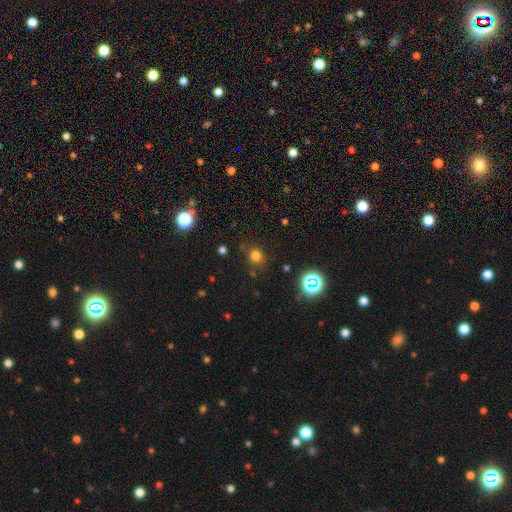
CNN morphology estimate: This is likely a smooth galaxy (73%). How rounded: clearly round (85%). Merging: clearly none (83%).